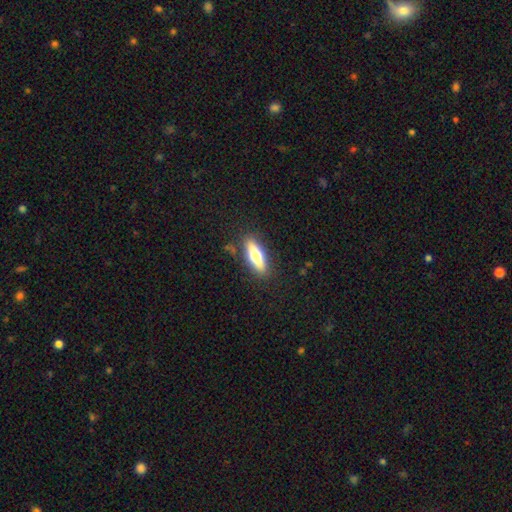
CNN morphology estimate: Smooth or featured?
  - smooth: 57% *
  - featured or disk: 36%
  - star or artifact: 7%
How rounded?
  - cigar-shaped: 51% *
  - in between: 46%
  - round: 3%
Merging?
  - none: 85% *
  - minor disturbance: 10%
  - major disturbance: 3%
  - merger: 2%